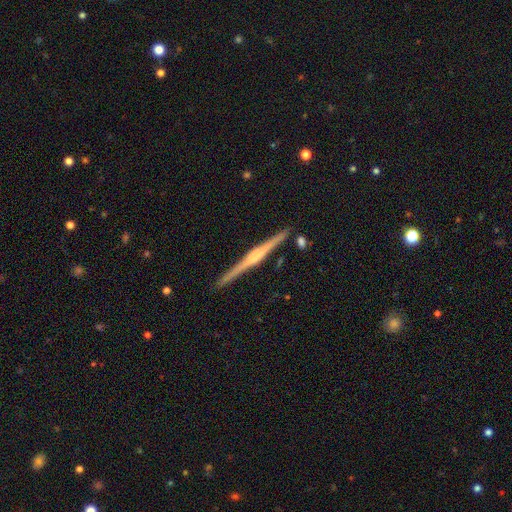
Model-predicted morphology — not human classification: A featured or disk galaxy (80%) viewed edge-on (99%) with a rounded central bulge (59%). Merging: none (90%).